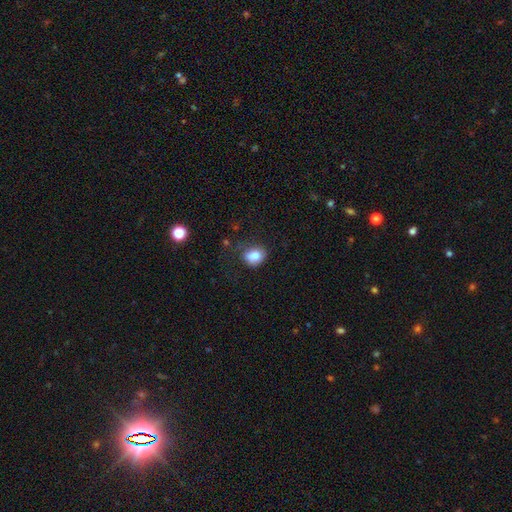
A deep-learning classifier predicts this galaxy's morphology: This appears to be a smooth galaxy with no disk features (79%) that is in between round and cigar-shaped (55%). Merging: none (55%).